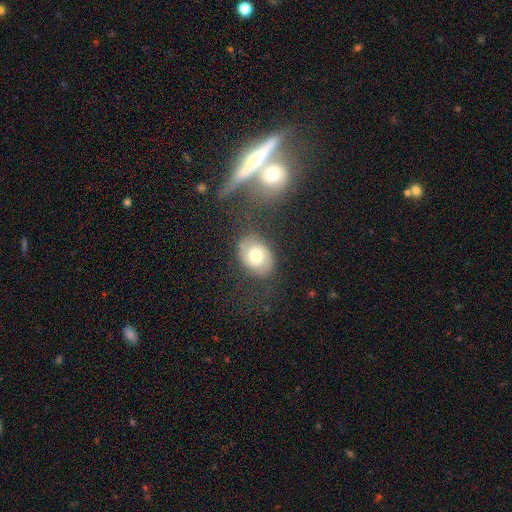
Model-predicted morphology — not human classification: The model was most divided on "smooth or featured": smooth: 55%, featured or disk: 35%, star or artifact: 10%. More confident: merging — none (74%); how rounded — in between (60%).